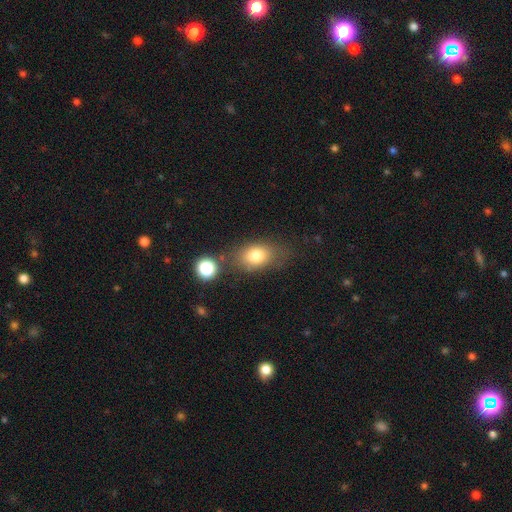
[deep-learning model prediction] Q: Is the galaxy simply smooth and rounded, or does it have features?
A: smooth — 78%.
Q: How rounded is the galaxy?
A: in between — 75%.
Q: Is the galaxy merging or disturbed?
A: none — 63%.